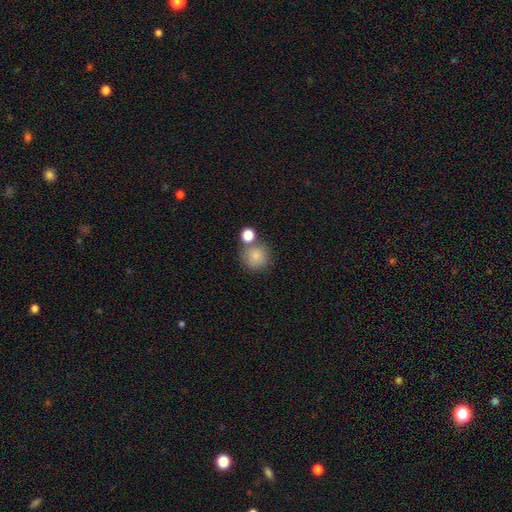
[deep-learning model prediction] Overall: smooth (84%). How rounded: round (91%). Merging: none (67%).